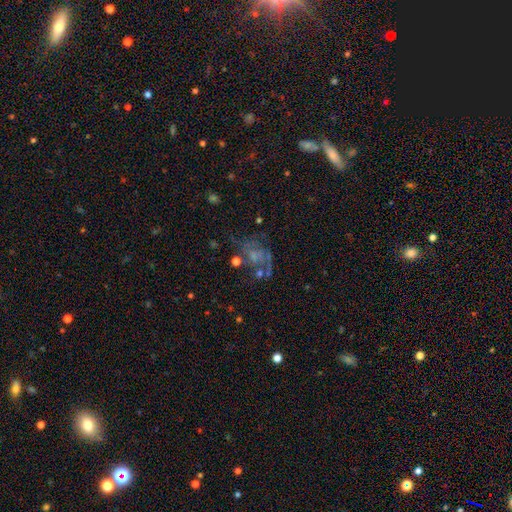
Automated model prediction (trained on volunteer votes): Overall: featured or disk (59%; star or artifact 21%). Edge-on disk: no (97%). Bar: no (76%). Spiral arms: yes (68%; no 32%). Bulge size: none (38%; small 33%). Merging: none (39%; major disturbance 33%).